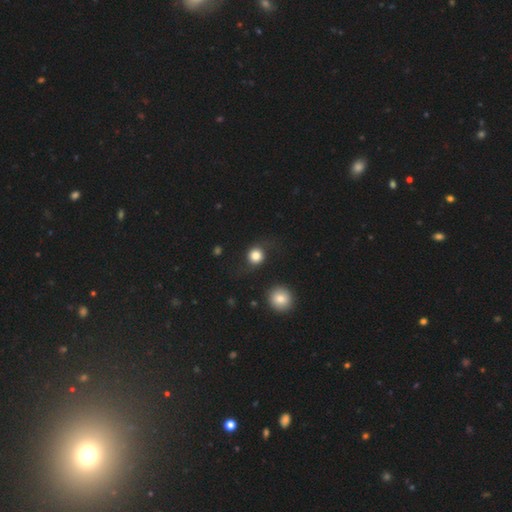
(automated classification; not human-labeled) The model was most divided on "merging": none: 71%, minor disturbance: 14%, major disturbance: 12%, merger: 3%. More confident: how rounded — round (83%); smooth or featured — smooth (78%).